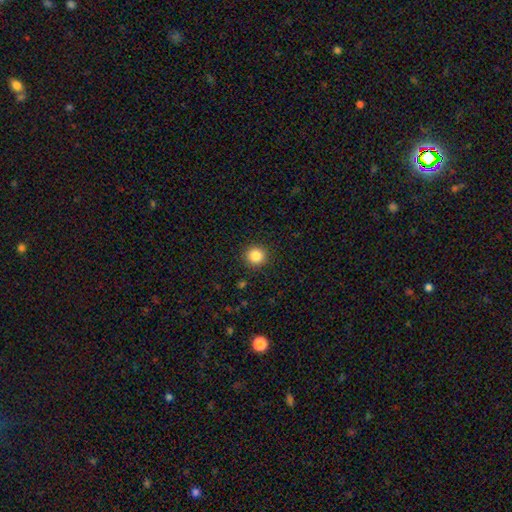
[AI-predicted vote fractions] Smooth or featured? smooth (85%)
How rounded? round (93%)
Merging? none (91%)